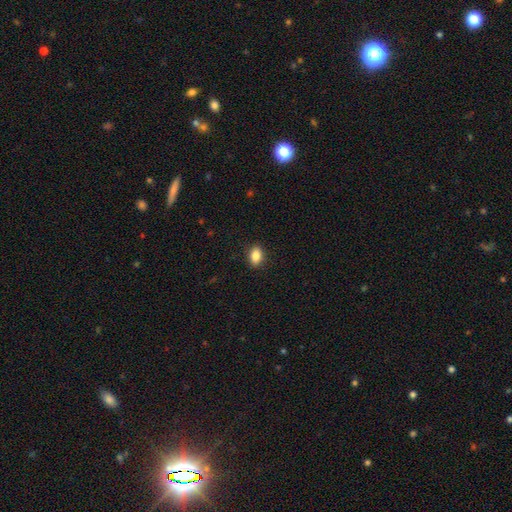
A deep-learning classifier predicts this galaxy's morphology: type=smooth (87%); roundness=in between (84%); merging=none (89%).